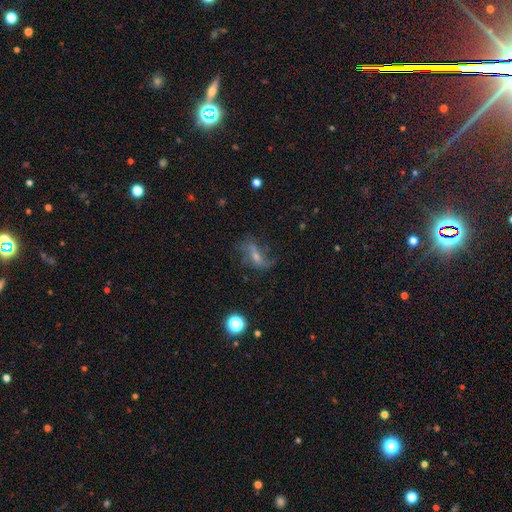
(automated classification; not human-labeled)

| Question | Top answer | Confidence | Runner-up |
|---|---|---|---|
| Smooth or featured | featured or disk | 63% | smooth (24%) |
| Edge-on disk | no | 89% | yes (11%) |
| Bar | weak | 39% | no (35%) |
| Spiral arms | yes | 77% | no (23%) |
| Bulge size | small | 53% | moderate (35%) |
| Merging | none | 53% | major disturbance (23%) |